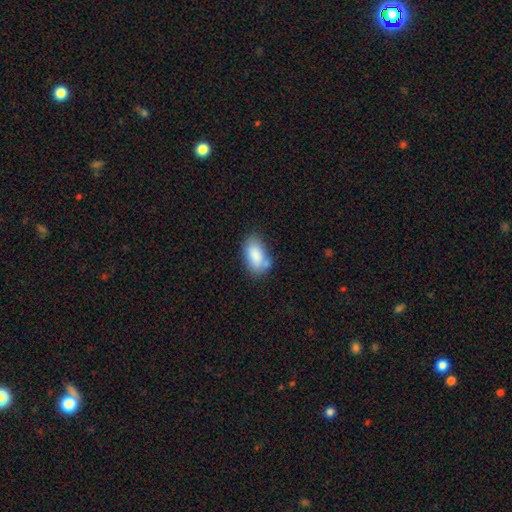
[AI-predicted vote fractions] Smooth or featured: smooth — 85% (featured or disk — 8%)
How rounded: in between — 93% (round — 5%)
Merging: none — 62% (minor disturbance — 23%)